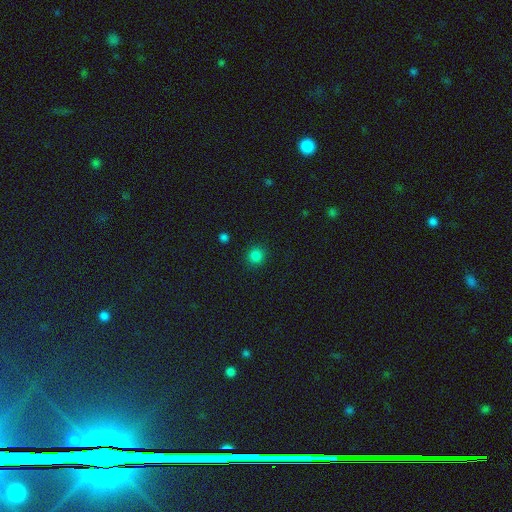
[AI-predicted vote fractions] The model was most divided on "smooth or featured": smooth: 83%, star or artifact: 14%, featured or disk: 3%. More confident: how rounded — round (92%); merging — none (91%).